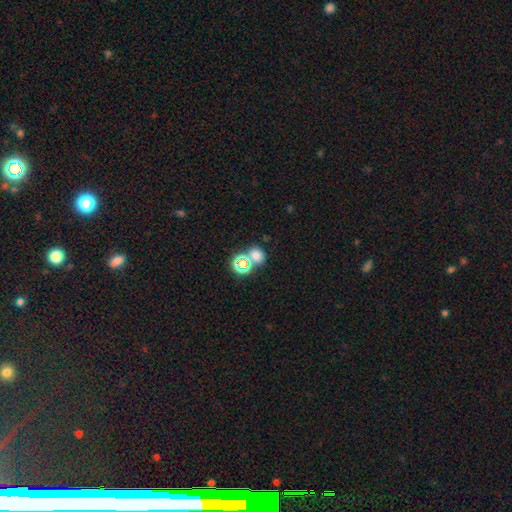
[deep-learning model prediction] Smooth or featured?
  - smooth: 63% *
  - star or artifact: 29%
  - featured or disk: 7%
How rounded?
  - round: 68% *
  - in between: 31%
  - cigar-shaped: 1%
Merging?
  - none: 60% *
  - merger: 26%
  - minor disturbance: 10%
  - major disturbance: 5%